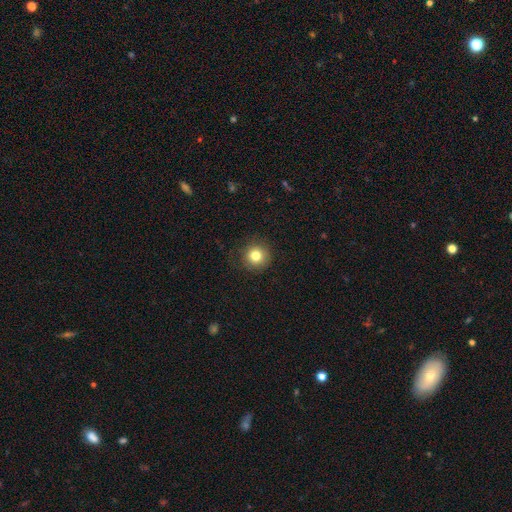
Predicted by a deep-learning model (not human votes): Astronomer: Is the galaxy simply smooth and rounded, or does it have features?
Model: smooth — 81%.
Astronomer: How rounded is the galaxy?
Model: round — 95%.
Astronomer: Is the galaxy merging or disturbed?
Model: none — 87%.